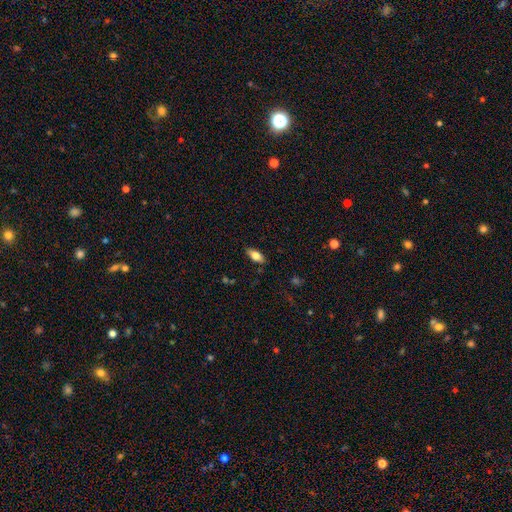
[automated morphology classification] Overall: smooth (72%). How rounded: in between (85%). Merging: none (84%).